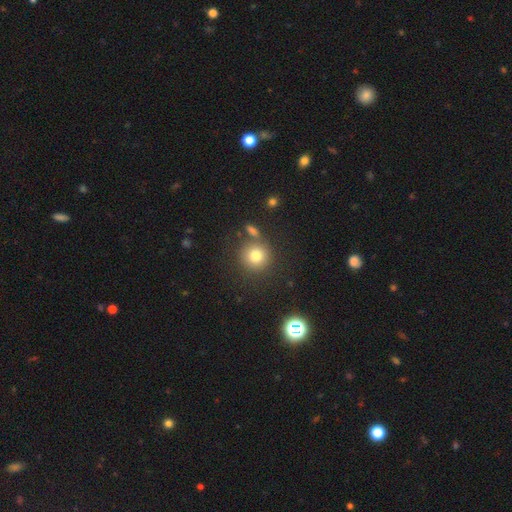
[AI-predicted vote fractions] Smooth or featured? Predicted: smooth (p=0.78). How rounded? Predicted: round (p=0.92). Merging? Predicted: none (p=0.75).